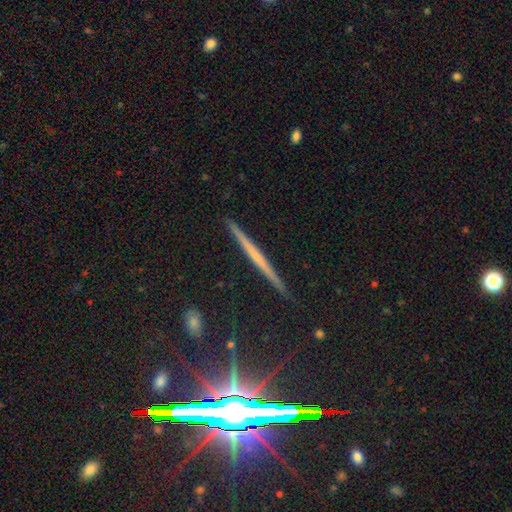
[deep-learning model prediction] Q: Smooth or featured?
A: featured or disk (55%); runner-up: smooth (32%)
Q: Edge-on disk?
A: yes (98%); runner-up: no (2%)
Q: Edge-on bulge?
A: none (80%); runner-up: rounded (14%)
Q: Merging?
A: none (91%); runner-up: minor disturbance (6%)